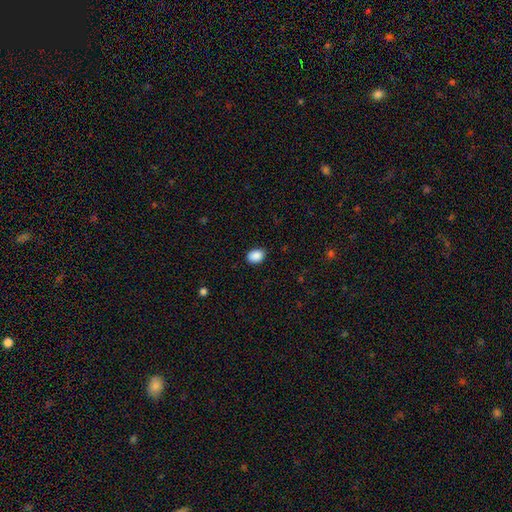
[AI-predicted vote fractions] Q: Smooth or featured?
A: smooth (89%); runner-up: star or artifact (8%)
Q: How rounded?
A: in between (69%); runner-up: round (30%)
Q: Merging?
A: none (87%); runner-up: minor disturbance (10%)